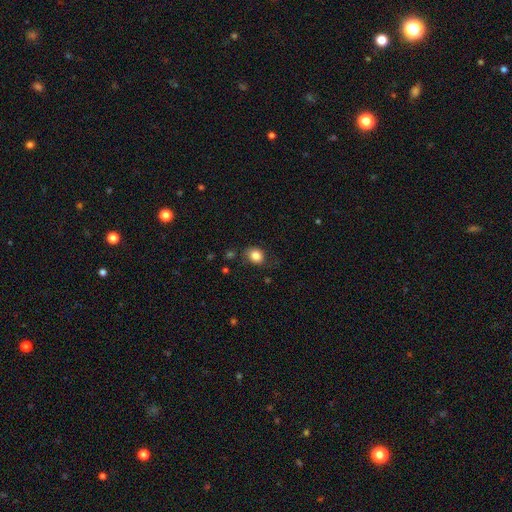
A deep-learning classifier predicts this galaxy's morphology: A smooth galaxy with no disk features (84%) that is round (57%). Merging: none (73%).